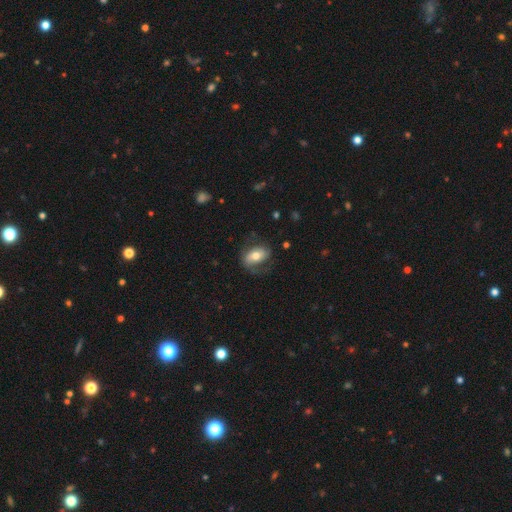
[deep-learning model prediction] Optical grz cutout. It shows a smooth galaxy with no disk features (48%). Merging: none (59%).